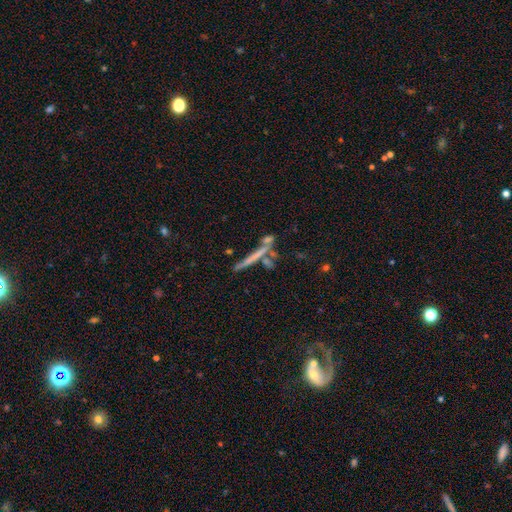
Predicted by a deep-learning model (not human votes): smooth_or_featured: featured or disk (p=0.48) [alt: smooth p=0.41]
merging: none (p=0.67) [alt: merger p=0.17]